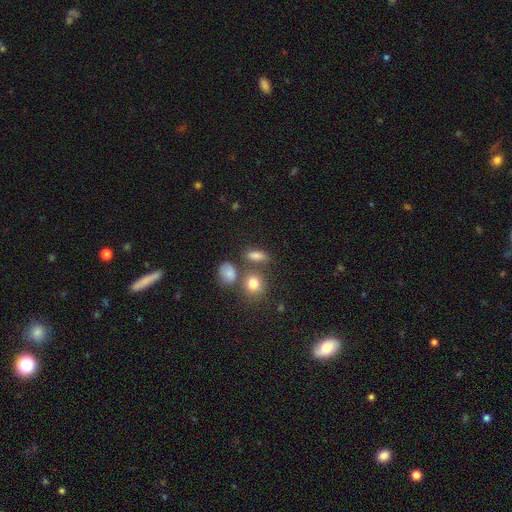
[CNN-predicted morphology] Smooth or featured? smooth (80%)
How rounded? in between (64%)
Merging? none (66%)